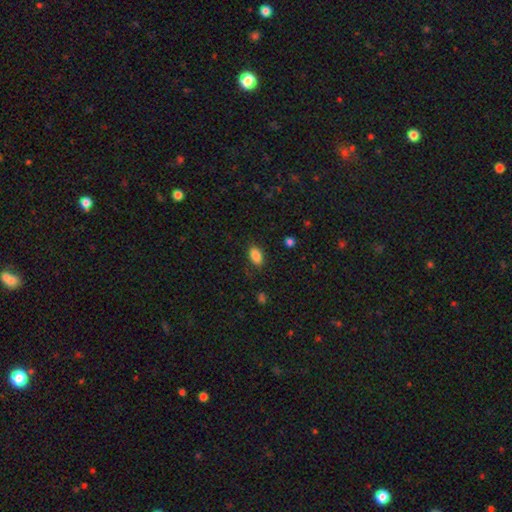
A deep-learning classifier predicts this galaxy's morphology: A smooth galaxy with no disk features (86%) that is in between round and cigar-shaped (91%).

Vote fractions:
- Smooth or featured? smooth: 86% / star or artifact: 8% / featured or disk: 5%
- How rounded? in between: 91% / round: 7% / cigar-shaped: 2%
- Merging? none: 84% / minor disturbance: 12% / major disturbance: 3% / merger: 1%